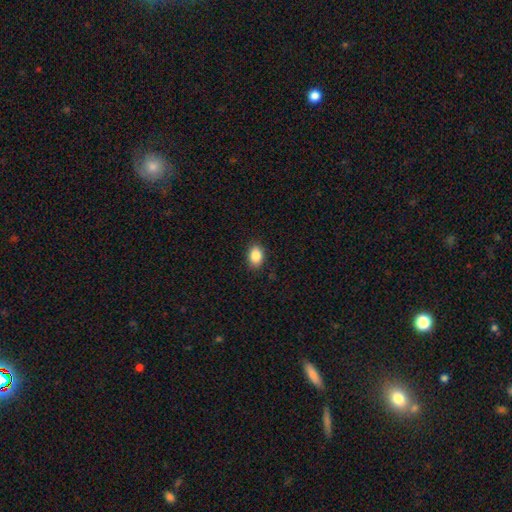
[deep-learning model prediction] smooth 86%, star or artifact 8%, featured or disk 5%. Down the decision tree: how rounded — in between (75%); merging — none (88%).